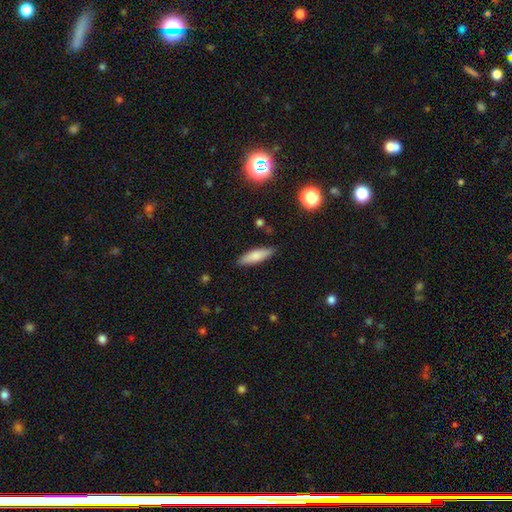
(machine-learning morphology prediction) Overall: smooth (77%). How rounded: cigar-shaped (58%; in between 40%). Merging: none (86%).